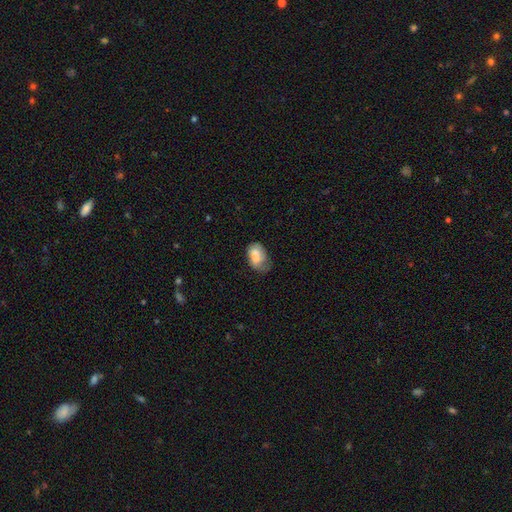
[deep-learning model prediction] A smooth galaxy with no disk features (70%) that is in between round and cigar-shaped (85%).

Vote fractions:
- Smooth or featured? smooth: 70% / featured or disk: 22% / star or artifact: 8%
- How rounded? in between: 85% / round: 14% / cigar-shaped: 1%
- Merging? minor disturbance: 37% / none: 32% / major disturbance: 24% / merger: 7%